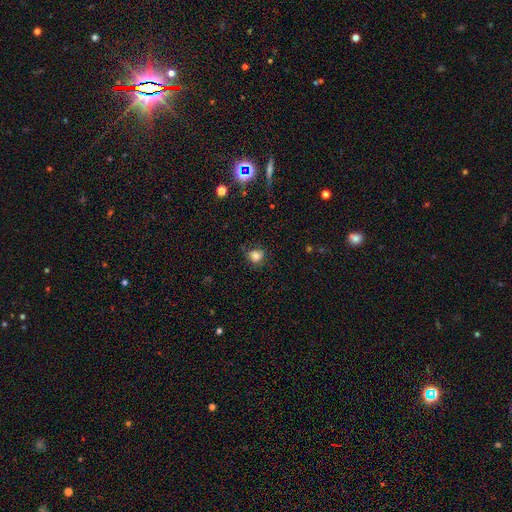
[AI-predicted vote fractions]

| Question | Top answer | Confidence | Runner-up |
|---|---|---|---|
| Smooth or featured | smooth | 79% | star or artifact (13%) |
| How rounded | round | 68% | in between (31%) |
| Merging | none | 70% | minor disturbance (21%) |